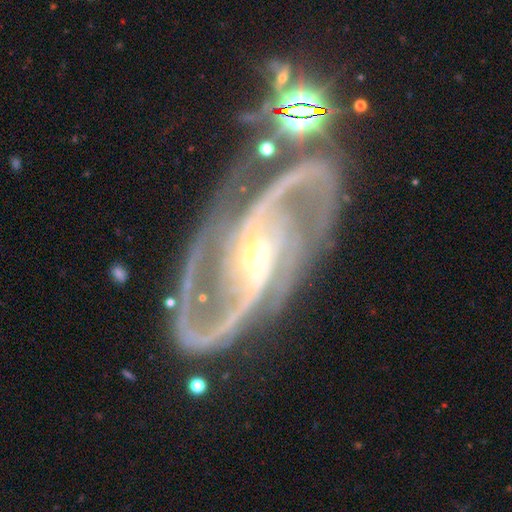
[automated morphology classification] Overall: featured or disk (92%). Edge-on disk: no (97%). Bar: no (37%; weak 34%). Spiral arms: yes (99%). Spiral arm count: 2 (86%). Spiral winding: medium (60%; loose 22%). Bulge size: small (73%). Merging: none (68%).